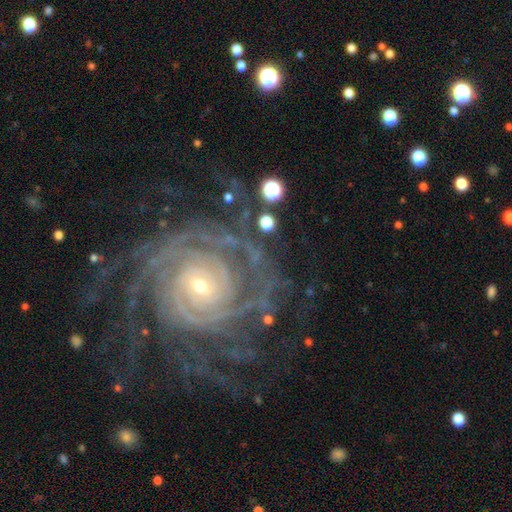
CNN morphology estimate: Q: Smooth or featured?
A: featured or disk (89%); runner-up: star or artifact (7%)
Q: Edge-on disk?
A: no (97%); runner-up: yes (3%)
Q: Bar?
A: no (69%); runner-up: weak (21%)
Q: Spiral arms?
A: yes (97%); runner-up: no (3%)
Q: Spiral winding?
A: tight (79%); runner-up: medium (17%)
Q: Spiral arm count?
A: can't tell (28%); runner-up: more than 4 (18%)
Q: Bulge size?
A: small (71%); runner-up: moderate (24%)
Q: Merging?
A: none (69%); runner-up: minor disturbance (15%)